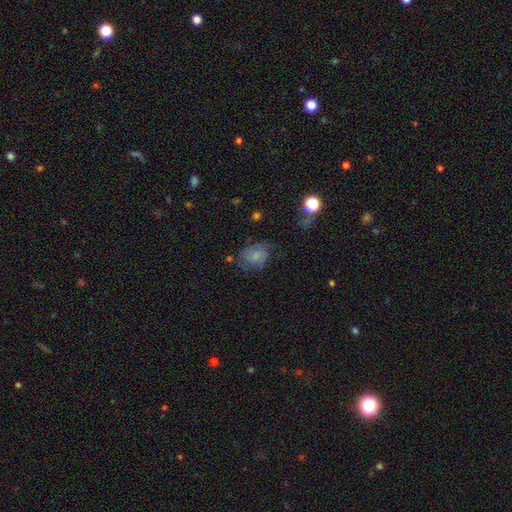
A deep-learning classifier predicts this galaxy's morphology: This appears to be a smooth galaxy with no disk features (56%) that is in between round and cigar-shaped (61%). Merging: none (55%).